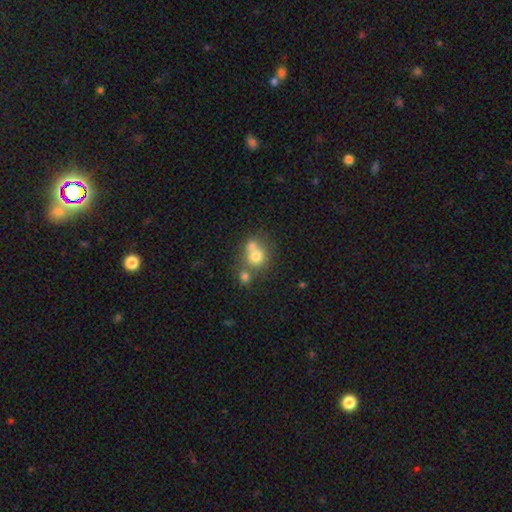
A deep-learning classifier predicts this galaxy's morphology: Smooth or featured?
  - smooth: 71% *
  - featured or disk: 17%
  - star or artifact: 12%
How rounded?
  - round: 78% *
  - in between: 21%
  - cigar-shaped: 1%
Merging?
  - merger: 52% *
  - none: 36%
  - minor disturbance: 8%
  - major disturbance: 4%